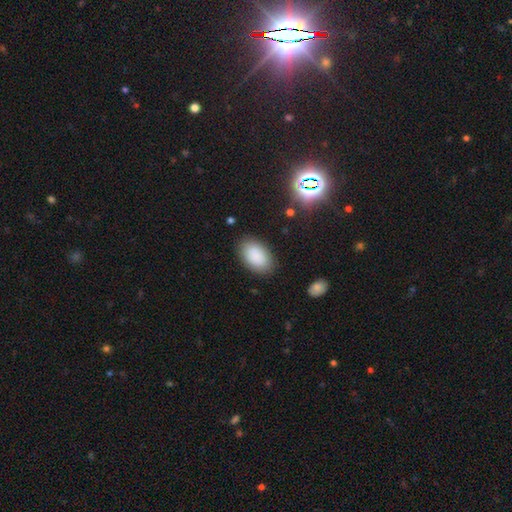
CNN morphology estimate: The model was most divided on "merging": none: 86%, minor disturbance: 10%, major disturbance: 3%, merger: 1%. More confident: how rounded — in between (92%); smooth or featured — smooth (88%).